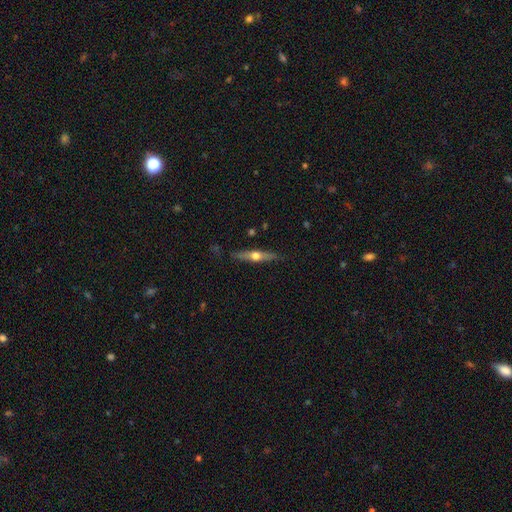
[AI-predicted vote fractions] Smooth or featured? Predicted: featured or disk (p=0.61). Edge-on disk? Predicted: yes (p=0.95). Edge-on bulge? Predicted: rounded (p=0.94). Merging? Predicted: none (p=0.86).